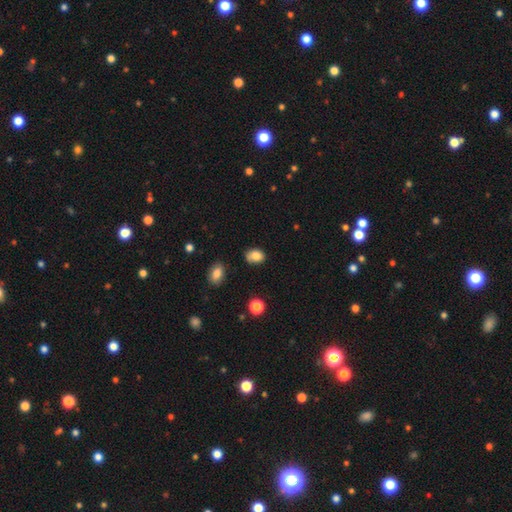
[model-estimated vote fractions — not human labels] Smooth or featured? smooth (82%)
How rounded? in between (68%)
Merging? none (65%)